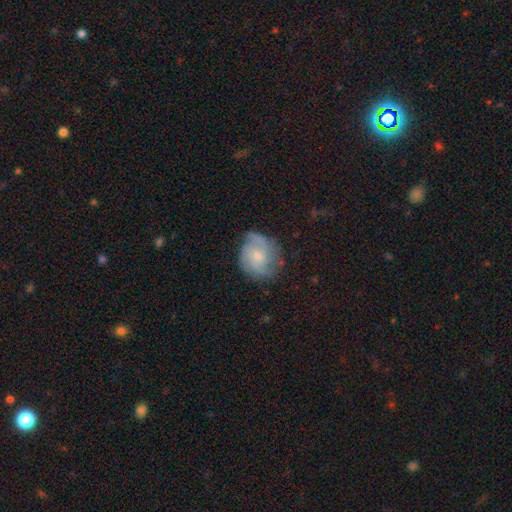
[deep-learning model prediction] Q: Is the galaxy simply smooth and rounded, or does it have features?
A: featured or disk — 51%.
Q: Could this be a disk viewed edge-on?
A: no — 97%.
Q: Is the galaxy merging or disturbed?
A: none — 63%.